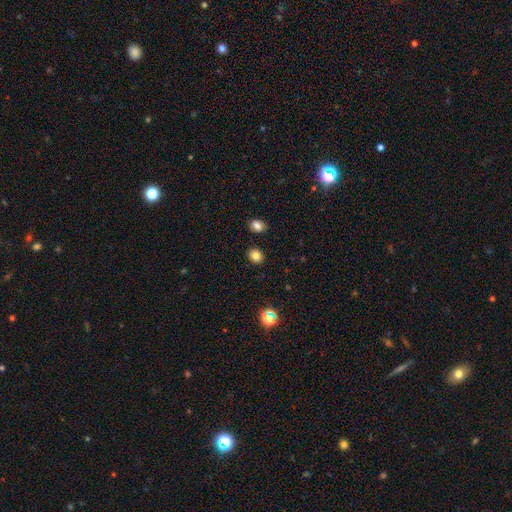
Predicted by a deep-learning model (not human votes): smooth-or-featured: smooth: 80% | star or artifact: 13% | featured or disk: 6%
  how-rounded: round: 72% | in between: 27% | cigar-shaped: 1%
  merging: none: 88% | minor disturbance: 6% | merger: 3% | major disturbance: 2%